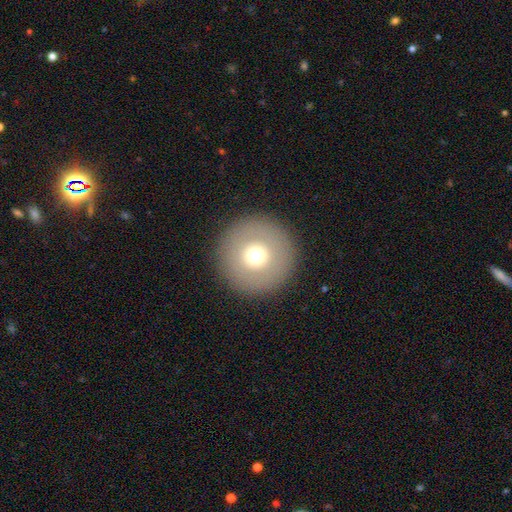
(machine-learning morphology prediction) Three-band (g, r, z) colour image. It shows a smooth galaxy with no disk features (65%) that is round (97%). Merging: none (91%).